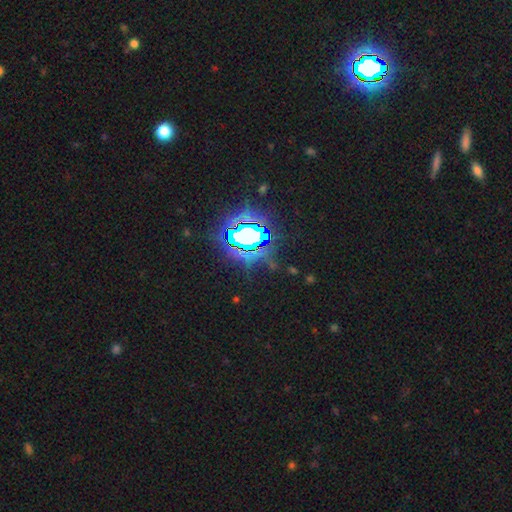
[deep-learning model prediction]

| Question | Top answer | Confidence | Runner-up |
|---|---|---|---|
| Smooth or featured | star or artifact | 83% | smooth (10%) |